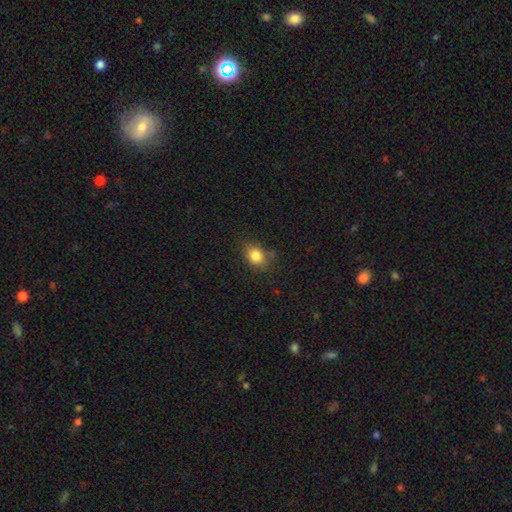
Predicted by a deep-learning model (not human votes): Smooth or featured: smooth — 84% (star or artifact — 10%)
How rounded: in between — 55% (round — 44%)
Merging: none — 77% (minor disturbance — 16%)